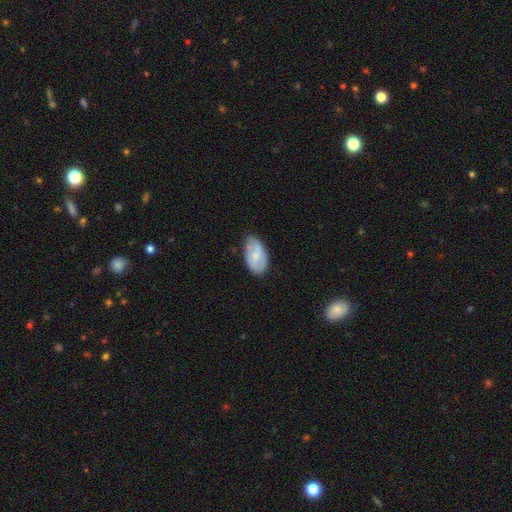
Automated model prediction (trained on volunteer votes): smooth-or-featured: smooth: 57% | featured or disk: 36% | star or artifact: 6%
  how-rounded: in between: 93% | round: 5% | cigar-shaped: 2%
  merging: none: 64% | minor disturbance: 29% | major disturbance: 6% | merger: 2%